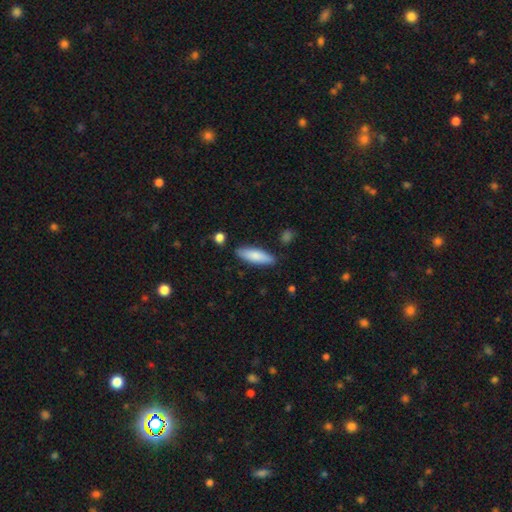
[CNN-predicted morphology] smooth-or-featured: smooth: 81% | featured or disk: 13% | star or artifact: 6%
  how-rounded: cigar-shaped: 52% | in between: 46% | round: 2%
  merging: none: 84% | minor disturbance: 11% | merger: 3% | major disturbance: 2%